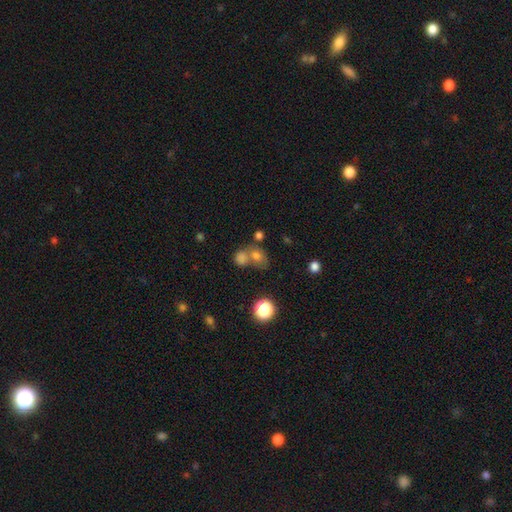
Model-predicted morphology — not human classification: The model was most divided on "merging": merger: 47%, none: 37%, minor disturbance: 10%, major disturbance: 6%. More confident: smooth or featured — smooth (72%); how rounded — round (56%).